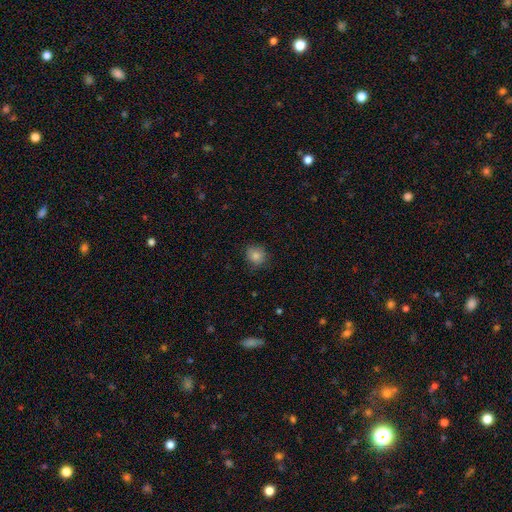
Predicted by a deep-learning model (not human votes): Morphology: type=smooth (82%); roundness=round (84%); merging=none (83%).